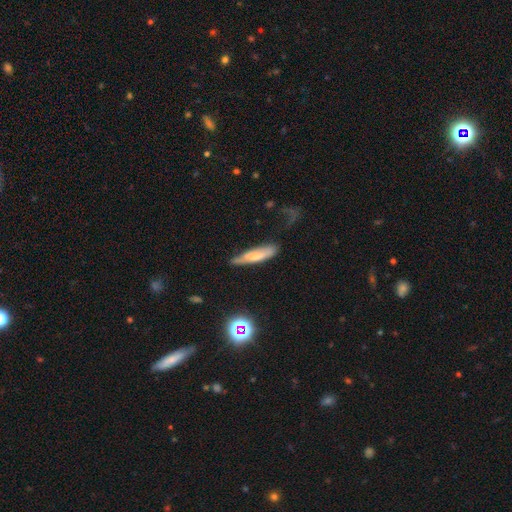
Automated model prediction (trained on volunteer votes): Smooth or featured? Predicted: smooth (p=0.58). How rounded? Predicted: cigar-shaped (p=0.75). Merging? Predicted: none (p=0.52).